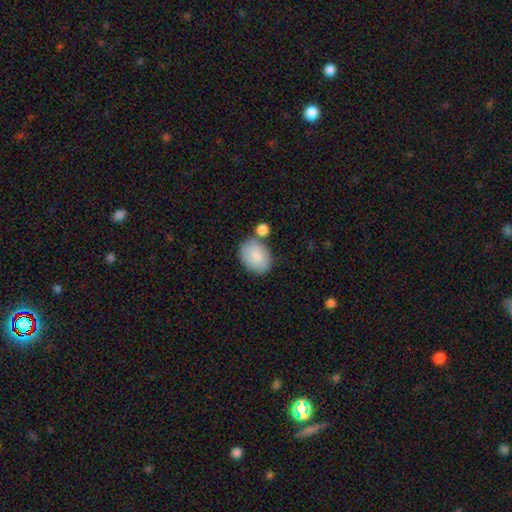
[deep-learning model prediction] Smooth or featured? smooth (84%)
How rounded? in between (74%)
Merging? none (57%)